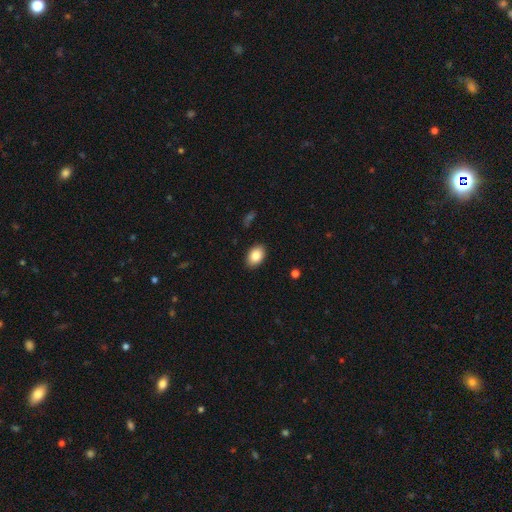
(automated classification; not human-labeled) The model was most divided on "how rounded": in between: 83%, round: 16%, cigar-shaped: 1%. More confident: merging — none (88%); smooth or featured — smooth (86%).